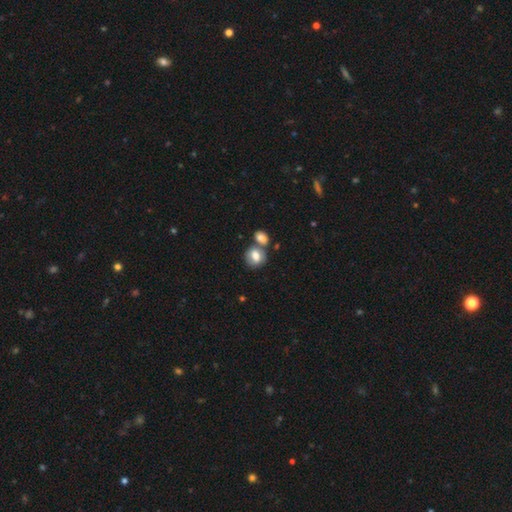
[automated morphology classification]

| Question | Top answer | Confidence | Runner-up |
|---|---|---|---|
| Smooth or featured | smooth | 76% | featured or disk (16%) |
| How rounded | round | 59% | in between (39%) |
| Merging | none | 44% | merger (41%) |